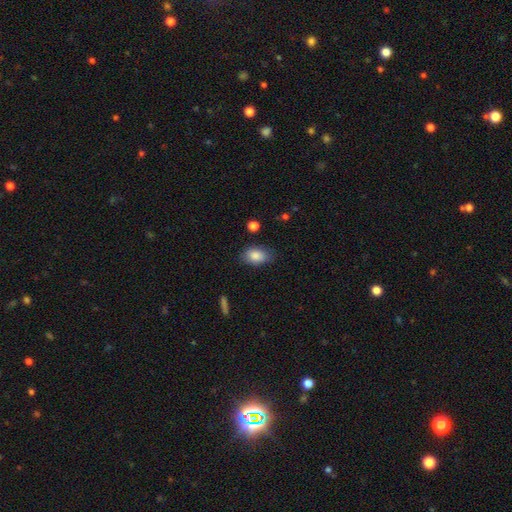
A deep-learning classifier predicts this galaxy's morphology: This appears to be a smooth galaxy with no disk features (86%) that is in between round and cigar-shaped (87%). Merging: none (75%).